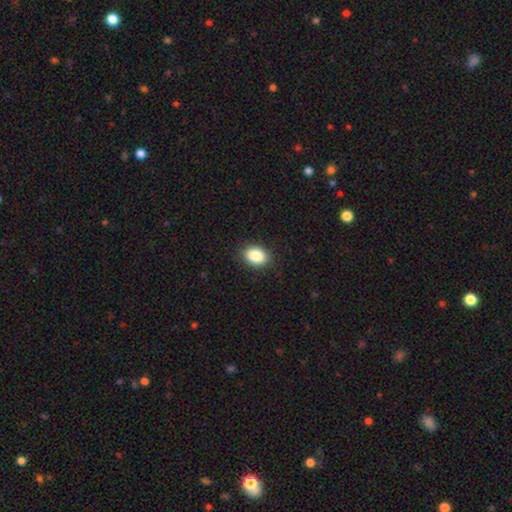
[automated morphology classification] A smooth galaxy with no disk features (88%) that is in between round and cigar-shaped (73%).

Vote fractions:
- Smooth or featured? smooth: 88% / star or artifact: 8% / featured or disk: 4%
- How rounded? in between: 73% / round: 26% / cigar-shaped: 1%
- Merging? none: 89% / minor disturbance: 8% / major disturbance: 2% / merger: 1%